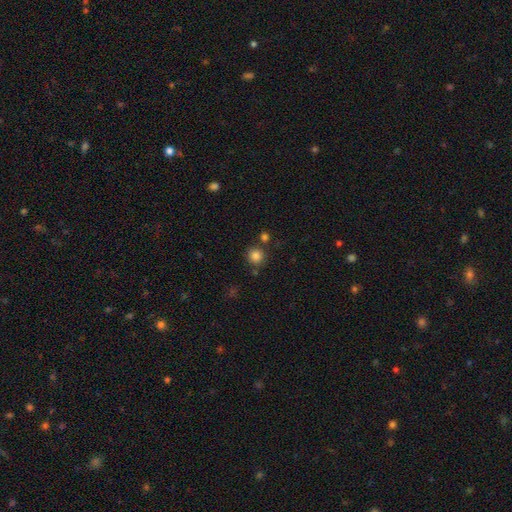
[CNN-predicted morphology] smooth 84%, star or artifact 12%, featured or disk 4%. Down the decision tree: how rounded — round (93%); merging — none (81%).